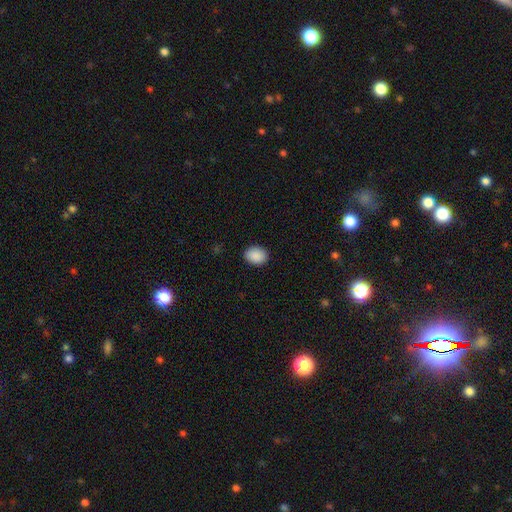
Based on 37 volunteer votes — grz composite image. It shows a smooth galaxy with no disk features (89%) that is round (52%). Merging: none (94%).